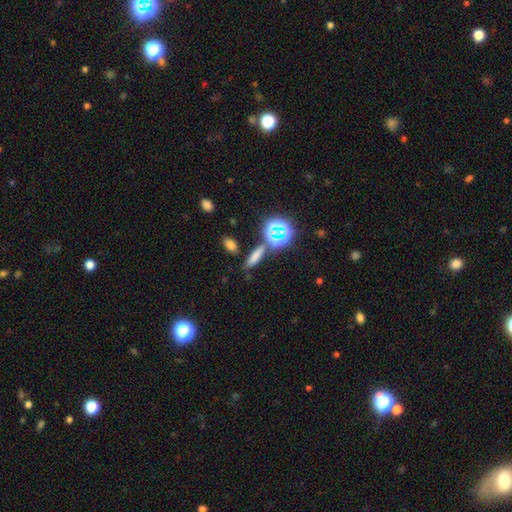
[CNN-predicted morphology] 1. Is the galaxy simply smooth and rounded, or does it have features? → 68% smooth, 22% star or artifact, 10% featured or disk.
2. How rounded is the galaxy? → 58% cigar-shaped, 34% in between, 9% round.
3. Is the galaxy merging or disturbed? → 76% none, 10% merger, 10% minor disturbance, 4% major disturbance.